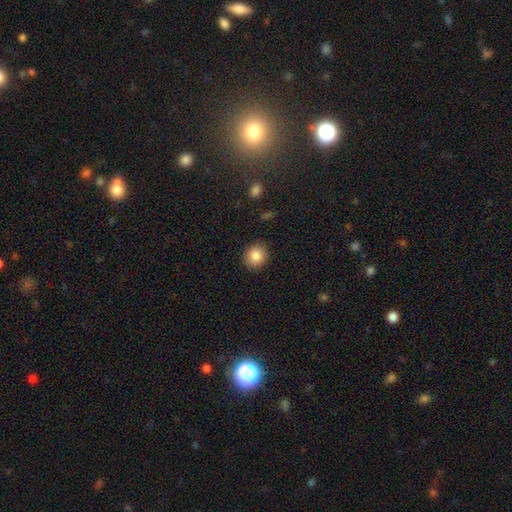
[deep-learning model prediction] The model was most divided on "how rounded": round: 84%, in between: 15%, cigar-shaped: 1%. More confident: merging — none (90%); smooth or featured — smooth (85%).